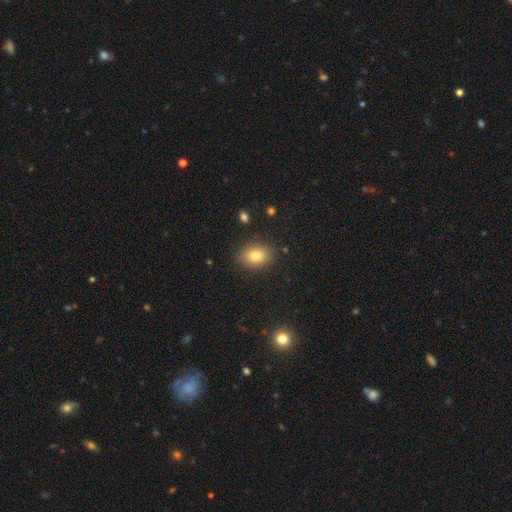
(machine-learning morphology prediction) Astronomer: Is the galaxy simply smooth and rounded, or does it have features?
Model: smooth — 81%.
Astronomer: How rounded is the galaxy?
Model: in between — 73%.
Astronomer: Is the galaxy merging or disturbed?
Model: none — 86%.